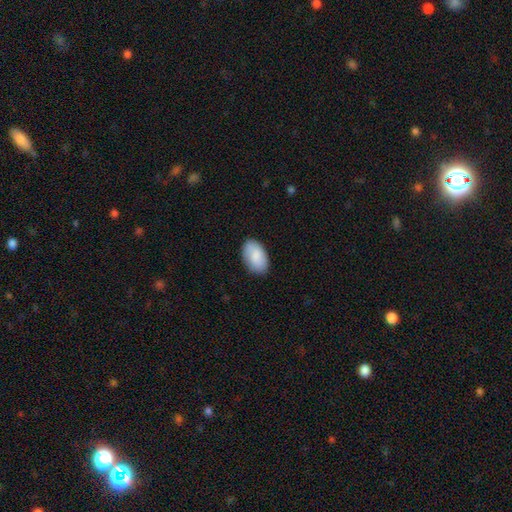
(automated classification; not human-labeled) Morphology: type=smooth (86%); roundness=in between (94%); merging=none (84%).